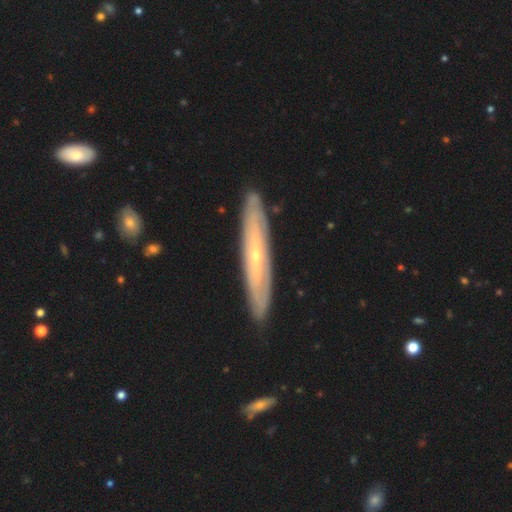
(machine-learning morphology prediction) type=featured or disk (72%); edge-on=yes (60%); merging=none (87%).